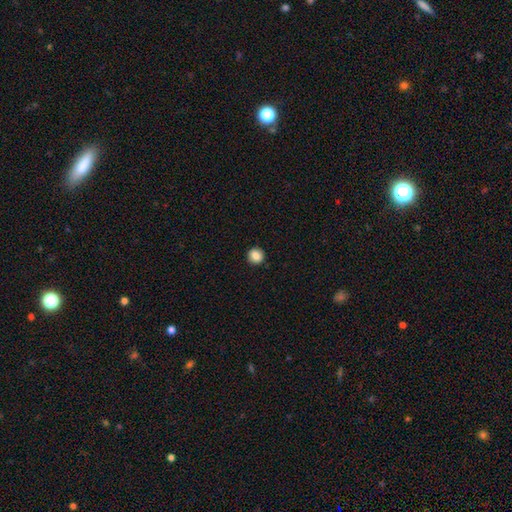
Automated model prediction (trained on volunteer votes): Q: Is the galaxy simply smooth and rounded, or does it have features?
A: smooth — 87%.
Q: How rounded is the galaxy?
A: round — 91%.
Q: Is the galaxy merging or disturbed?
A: none — 91%.